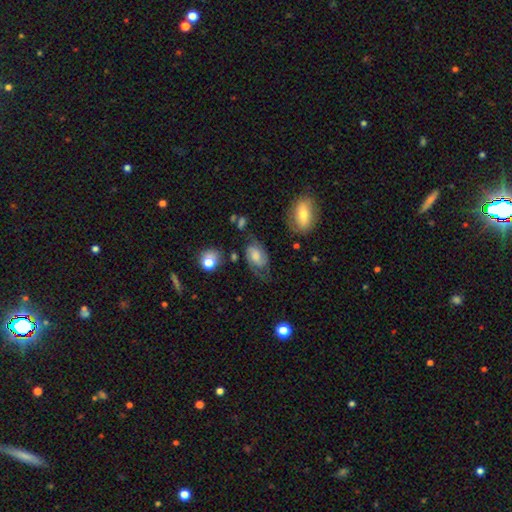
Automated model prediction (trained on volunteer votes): Smooth or featured? Predicted: featured or disk (p=0.70). Edge-on disk? Predicted: no (p=0.97). Bar? Predicted: no (p=0.48). Spiral arms? Predicted: yes (p=0.92). Spiral winding? Predicted: medium (p=0.50). Spiral arm count? Predicted: 2 (p=0.86). Bulge size? Predicted: moderate (p=0.36). Merging? Predicted: none (p=0.60).